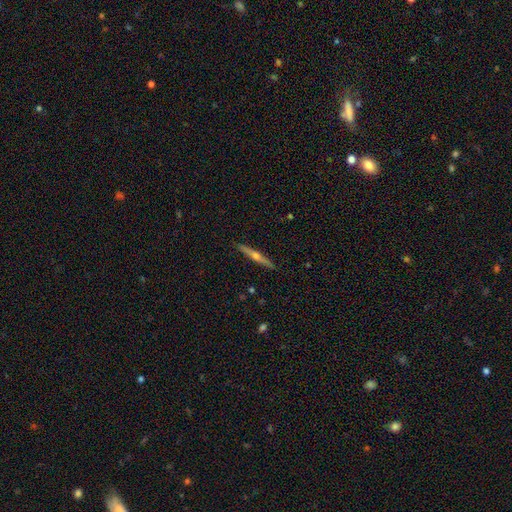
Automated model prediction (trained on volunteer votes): smooth-or-featured: featured or disk: 74% | smooth: 20% | star or artifact: 6%
  disk-edge-on: yes: 98% | no: 2%
    edge-on-bulge: rounded: 91% | none: 6% | boxy: 3%
  merging: none: 92% | minor disturbance: 6% | major disturbance: 1% | merger: 1%